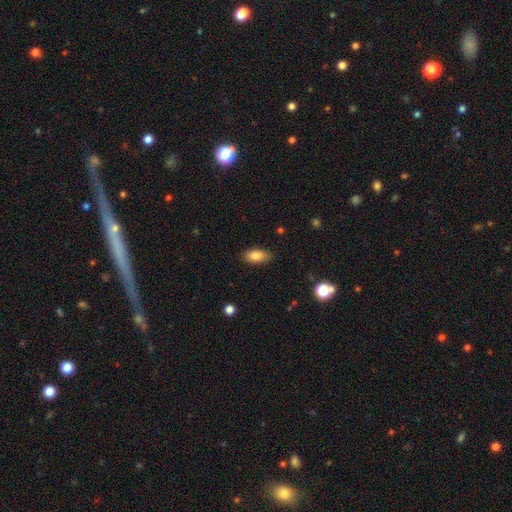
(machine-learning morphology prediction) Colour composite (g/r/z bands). It shows a smooth galaxy with no disk features (85%) that is in between round and cigar-shaped (88%). Merging: none (84%).